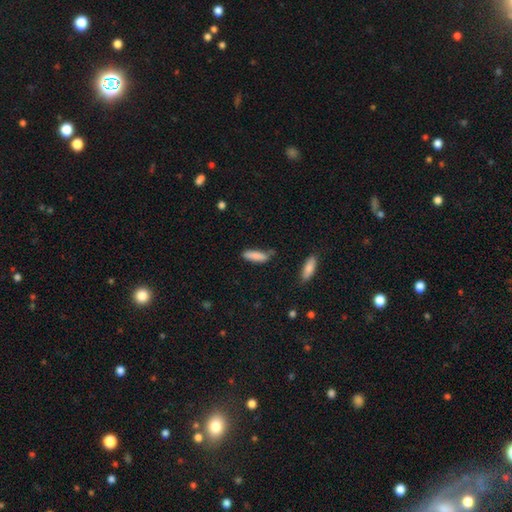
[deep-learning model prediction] This appears to be a smooth galaxy with no disk features (85%) that is cigar-shaped (60%). Merging: none (65%).